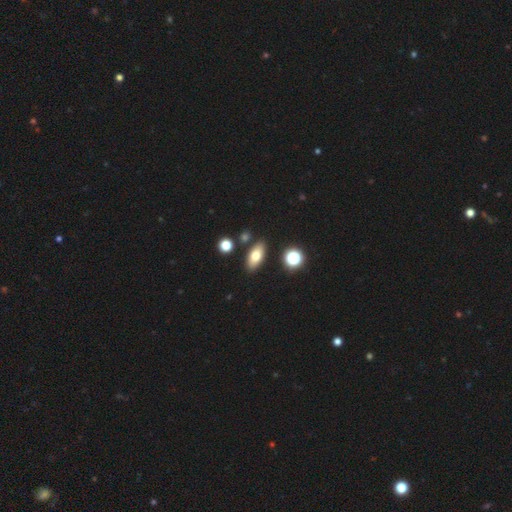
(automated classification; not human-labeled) Smooth or featured? Predicted: smooth (p=0.71). How rounded? Predicted: in between (p=0.81). Merging? Predicted: none (p=0.84).